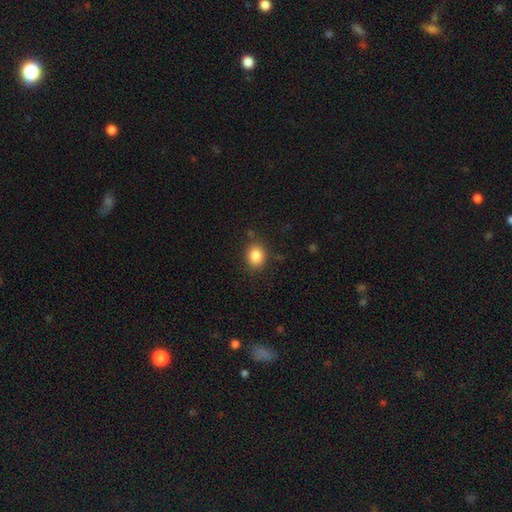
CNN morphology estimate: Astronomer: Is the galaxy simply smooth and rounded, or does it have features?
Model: smooth — 85%.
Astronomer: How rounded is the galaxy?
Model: round — 53% (runner-up: in between, 46%).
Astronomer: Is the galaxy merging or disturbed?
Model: none — 84%.